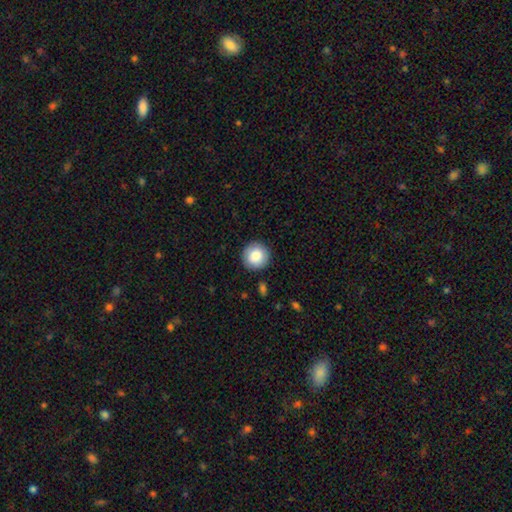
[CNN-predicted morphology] The model was most divided on "smooth or featured": smooth: 85%, star or artifact: 8%, featured or disk: 7%. More confident: how rounded — round (95%); merging — none (90%).